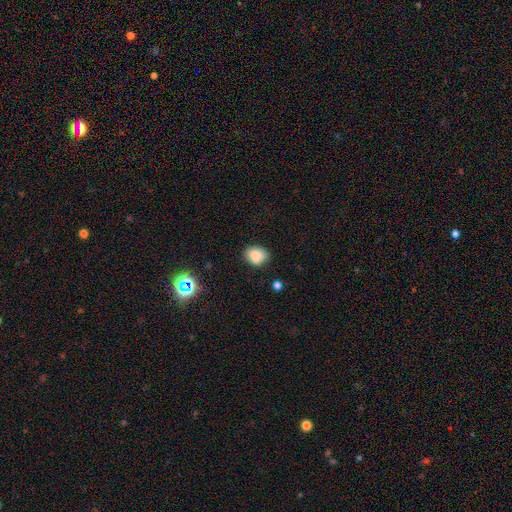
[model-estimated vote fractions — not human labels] Smooth or featured? Predicted: smooth (p=0.78). How rounded? Predicted: in between (p=0.56). Merging? Predicted: none (p=0.64).